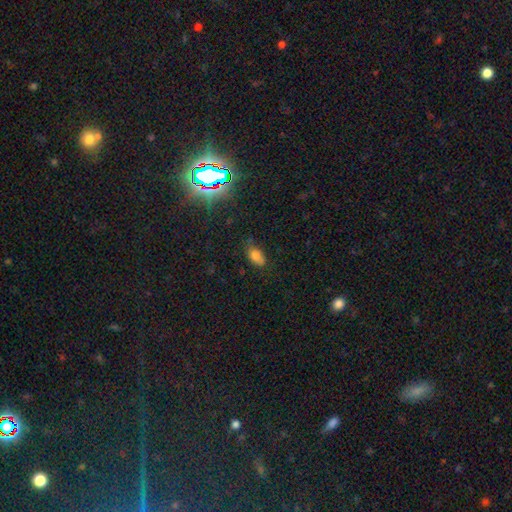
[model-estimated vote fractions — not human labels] smooth 76%, star or artifact 14%, featured or disk 10%. Down the decision tree: how rounded — in between (88%); merging — none (67%).